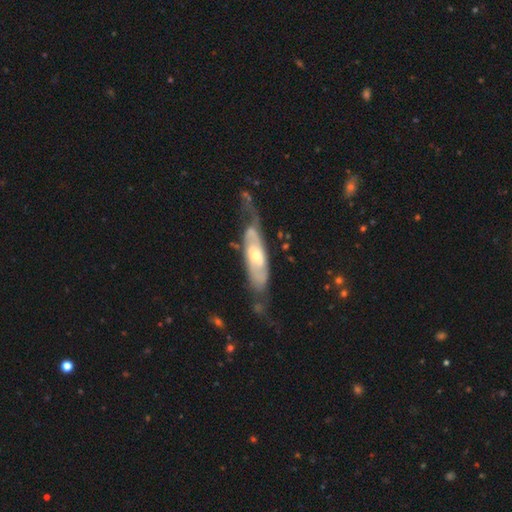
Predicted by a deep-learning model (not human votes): Smooth or featured: featured or disk — 74% (smooth — 20%)
Edge-on disk: no — 78% (yes — 22%)
Bar: no — 61% (weak — 29%)
Spiral arms: yes — 80% (no — 20%)
Bulge size: moderate — 53% (small — 38%)
Merging: none — 46% (minor disturbance — 26%)